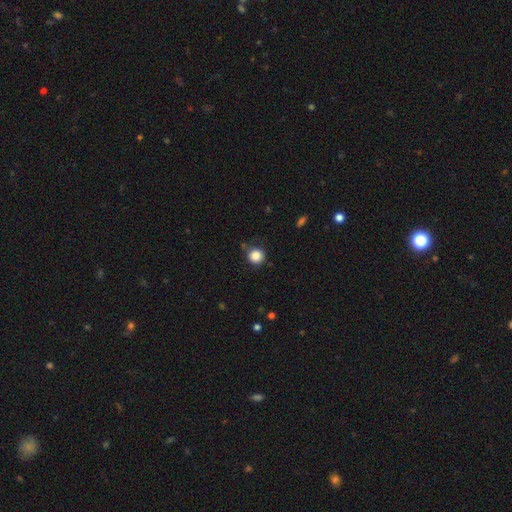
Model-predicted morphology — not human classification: This appears to be a smooth galaxy with no disk features (86%) that is round (92%). Merging: none (77%).